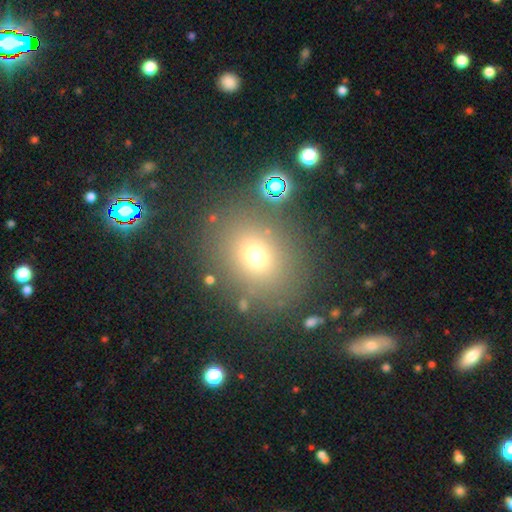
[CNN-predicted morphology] Smooth or featured?
  - smooth: 68% *
  - star or artifact: 21%
  - featured or disk: 11%
How rounded?
  - round: 64% *
  - in between: 35%
  - cigar-shaped: 1%
Merging?
  - none: 81% *
  - minor disturbance: 9%
  - major disturbance: 5%
  - merger: 5%